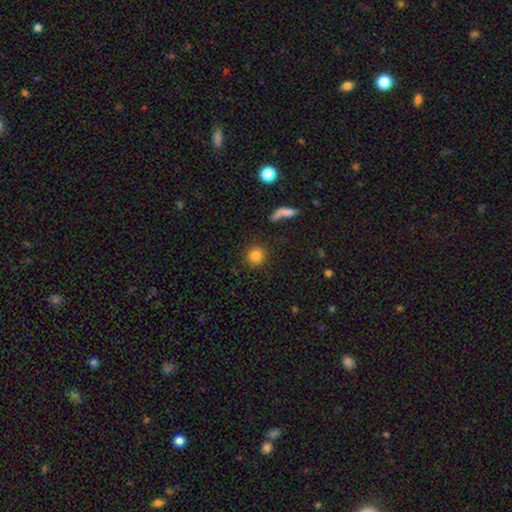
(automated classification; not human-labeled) A smooth galaxy with no disk features (83%) that is round (91%).

Vote fractions:
- Smooth or featured? smooth: 83% / star or artifact: 10% / featured or disk: 7%
- How rounded? round: 91% / in between: 7% / cigar-shaped: 1%
- Merging? none: 86% / minor disturbance: 7% / merger: 4% / major disturbance: 3%